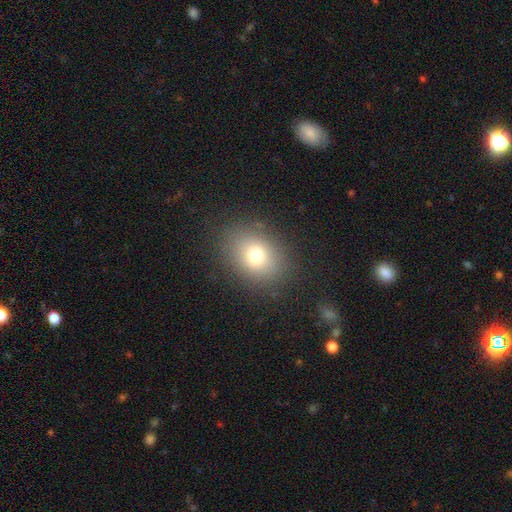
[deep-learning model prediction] Smooth or featured: smooth — 75% (star or artifact — 13%)
How rounded: in between — 61% (round — 38%)
Merging: none — 85% (minor disturbance — 10%)